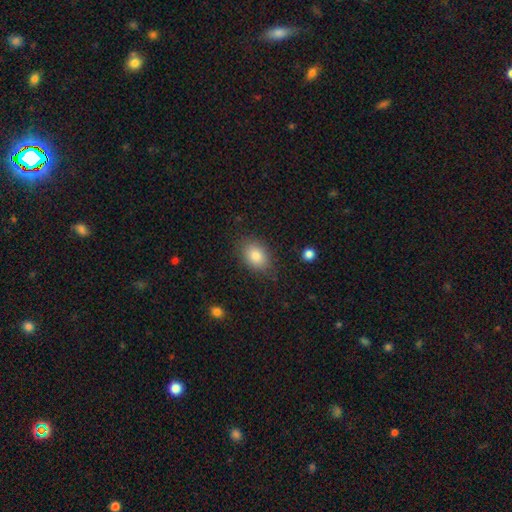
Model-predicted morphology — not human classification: smooth-or-featured: smooth: 83% | featured or disk: 9% | star or artifact: 9%
  how-rounded: in between: 75% | round: 24% | cigar-shaped: 1%
  merging: none: 80% | minor disturbance: 15% | major disturbance: 4% | merger: 2%